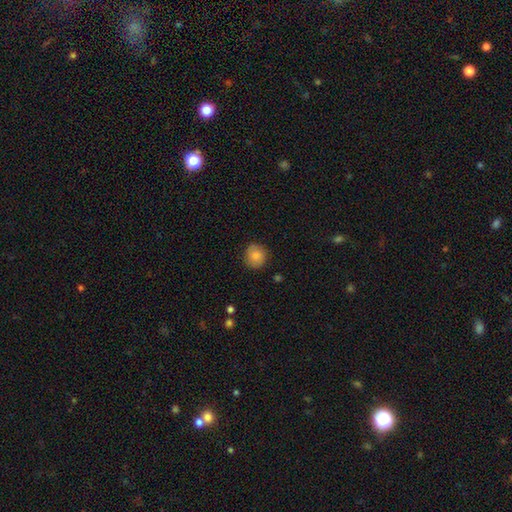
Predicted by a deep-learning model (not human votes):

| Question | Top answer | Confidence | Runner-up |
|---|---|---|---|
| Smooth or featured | smooth | 85% | star or artifact (8%) |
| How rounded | round | 89% | in between (10%) |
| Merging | none | 87% | minor disturbance (10%) |